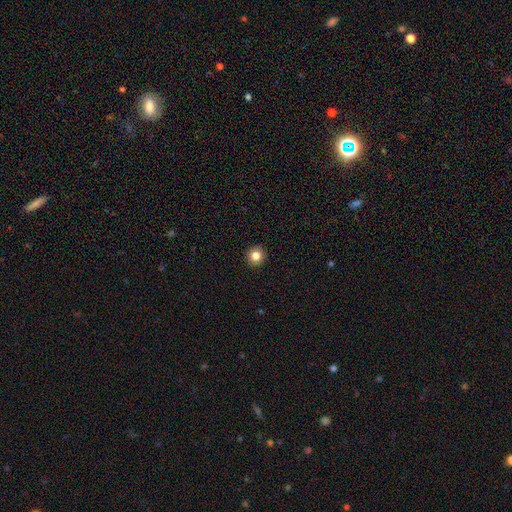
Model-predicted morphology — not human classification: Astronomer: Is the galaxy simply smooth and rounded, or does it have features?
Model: smooth — 83%.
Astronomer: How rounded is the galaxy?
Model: round — 92%.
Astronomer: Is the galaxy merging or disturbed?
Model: none — 93%.